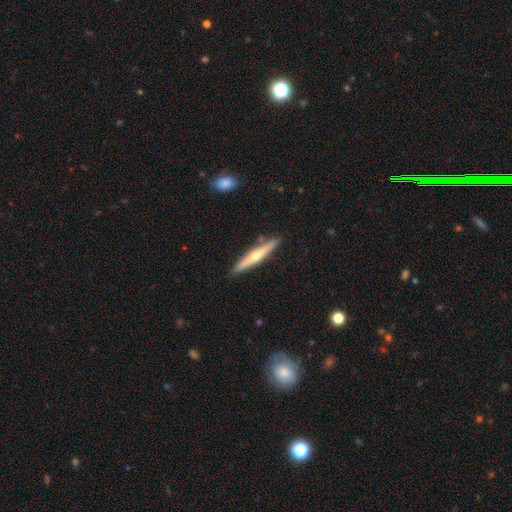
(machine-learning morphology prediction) Overall: featured or disk (53%; smooth 41%). Edge-on disk: yes (95%). Edge-on bulge: rounded (82%). Merging: none (87%).